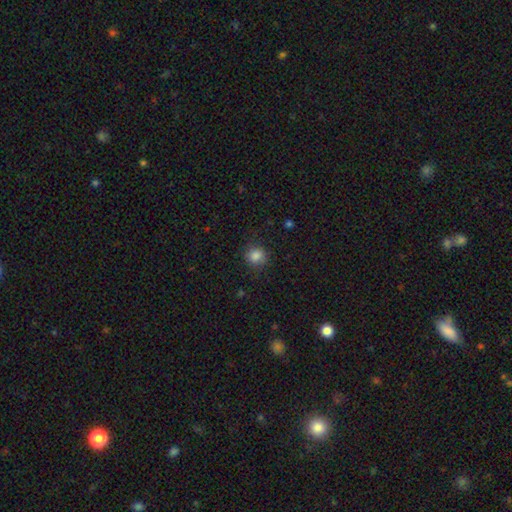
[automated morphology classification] Smooth or featured? smooth (85%)
How rounded? round (89%)
Merging? none (85%)